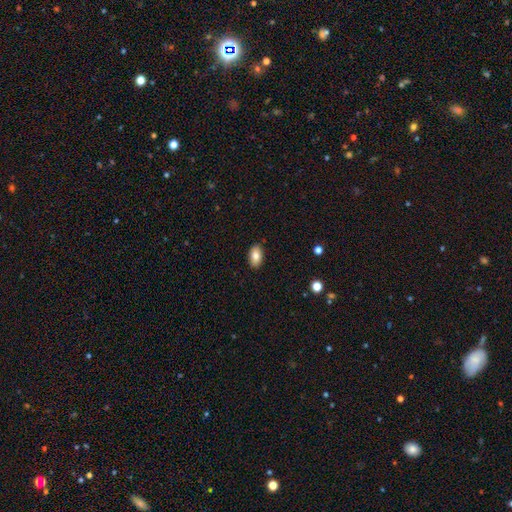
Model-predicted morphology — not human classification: The model was most divided on "smooth or featured": smooth: 82%, featured or disk: 11%, star or artifact: 7%. More confident: how rounded — in between (92%); merging — none (88%).